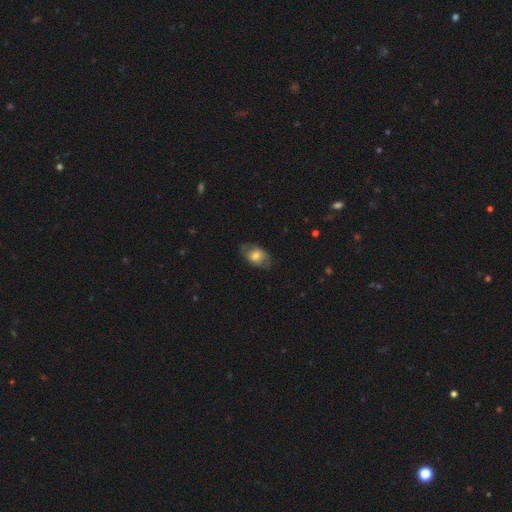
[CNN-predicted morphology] type=smooth (60%); roundness=in between (83%); merging=none (69%).